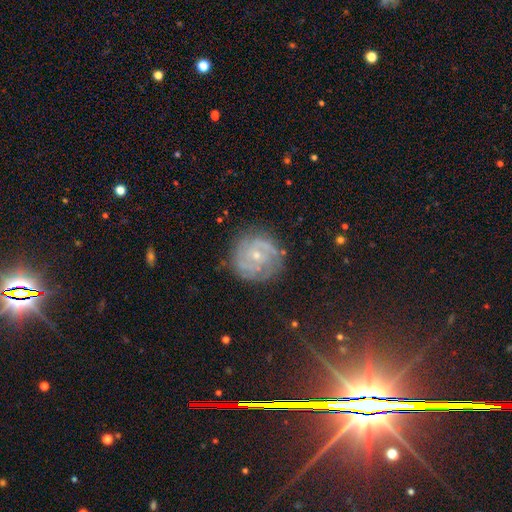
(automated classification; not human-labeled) smooth-or-featured: featured or disk: 77% | smooth: 14% | star or artifact: 9%
  disk-edge-on: no: 97% | yes: 3%
    bar: no: 71% | weak: 24% | strong: 5%
    has-spiral-arms: yes: 92% | no: 8%
      spiral-winding: tight: 66% | medium: 27% | loose: 7%
      spiral-arm-count: can't tell: 34% | 2: 24% | 3: 20% | 4: 10% | more than 4: 6% | 1: 6%
    bulge-size: small: 70% | moderate: 26% | none: 2% | large: 1% | dominant: 1%
  merging: none: 78% | minor disturbance: 15% | major disturbance: 6% | merger: 1%